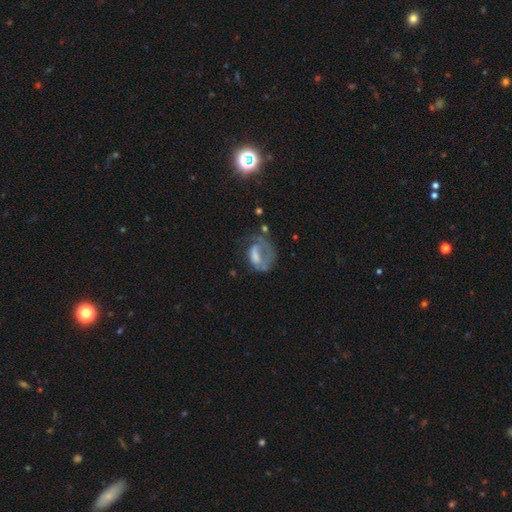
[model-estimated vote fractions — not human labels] A featured or disk galaxy (55%) with no bar (58%), no spiral arms (53%) and a moderate central bulge (32%).

Vote fractions:
- Smooth or featured? featured or disk: 55% / smooth: 36% / star or artifact: 10%
- Edge-on disk? no: 96% / yes: 4%
- Bar? no: 58% / weak: 31% / strong: 11%
- Spiral arms? no: 53% / yes: 47%
- Bulge size? moderate: 32% / none: 31% / small: 22% / large: 13% / dominant: 2%
- Merging? major disturbance: 47% / none: 30% / minor disturbance: 18% / merger: 5%